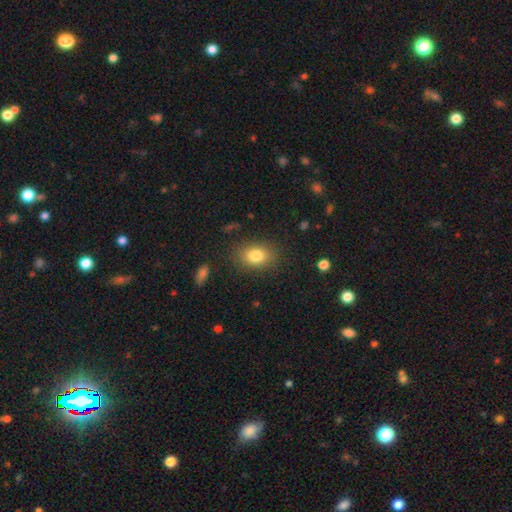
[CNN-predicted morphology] Smooth or featured? Predicted: smooth (p=0.82). How rounded? Predicted: in between (p=0.72). Merging? Predicted: none (p=0.84).